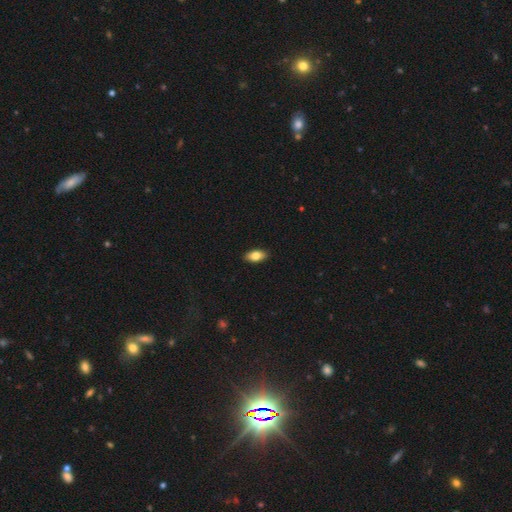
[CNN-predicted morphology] smooth_or_featured: smooth (p=0.80) [alt: featured or disk p=0.13]
how_rounded: in between (p=0.90) [alt: cigar-shaped p=0.06]
merging: none (p=0.90) [alt: minor disturbance p=0.07]